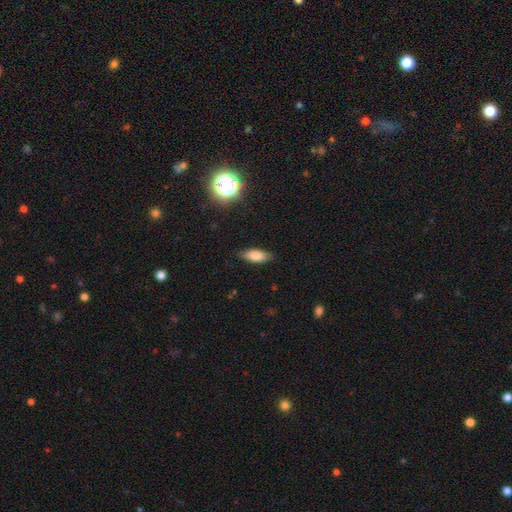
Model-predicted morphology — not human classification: This is likely a smooth galaxy (79%). How rounded: likely in between (74%). Merging: clearly none (84%).